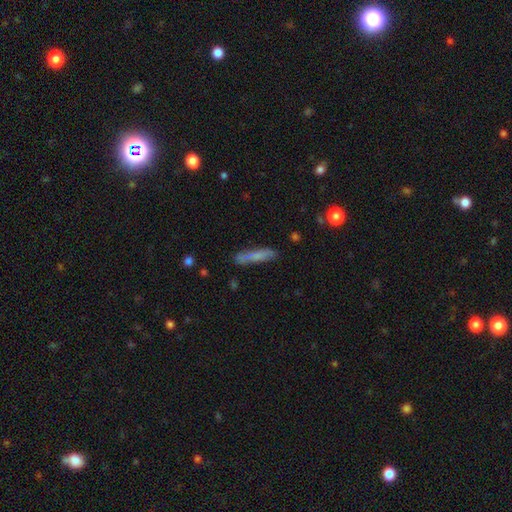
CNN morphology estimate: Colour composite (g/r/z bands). It shows a smooth galaxy with no disk features (69%) that is cigar-shaped (90%). Merging: none (78%).